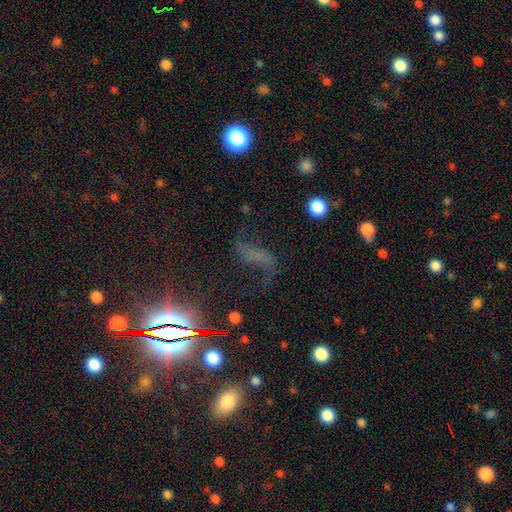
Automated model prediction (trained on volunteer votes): Morphology: type=featured or disk (41%); merging=none (56%).